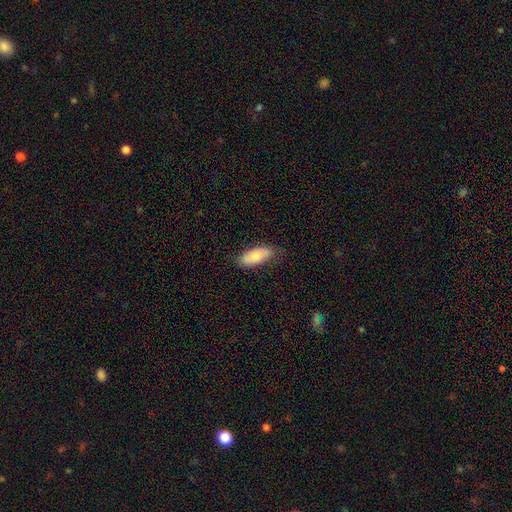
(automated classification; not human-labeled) smooth 78%, featured or disk 16%, star or artifact 6%. Down the decision tree: how rounded — in between (83%); merging — none (76%).